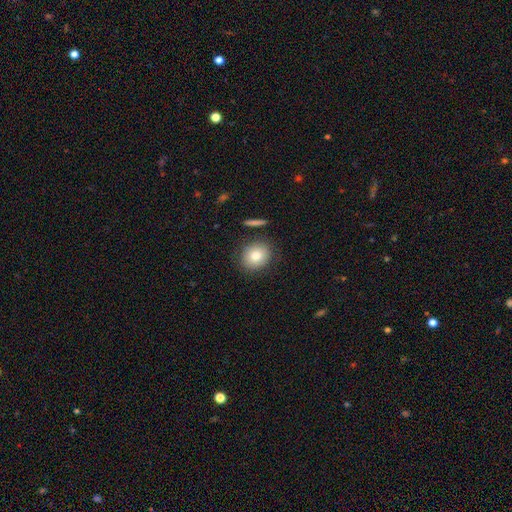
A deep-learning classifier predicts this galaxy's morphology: A smooth galaxy with no disk features (79%) that is round (71%). Merging: none (85%).